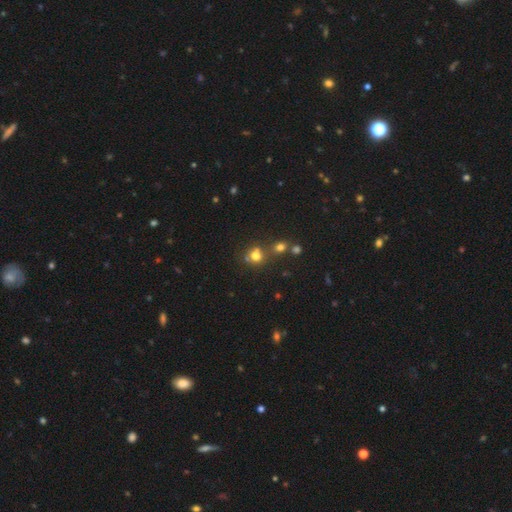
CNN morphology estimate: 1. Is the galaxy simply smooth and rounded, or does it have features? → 69% smooth, 20% star or artifact, 11% featured or disk.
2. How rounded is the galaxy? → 81% round, 18% in between, 1% cigar-shaped.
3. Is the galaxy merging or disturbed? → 51% none, 35% merger, 9% minor disturbance, 4% major disturbance.